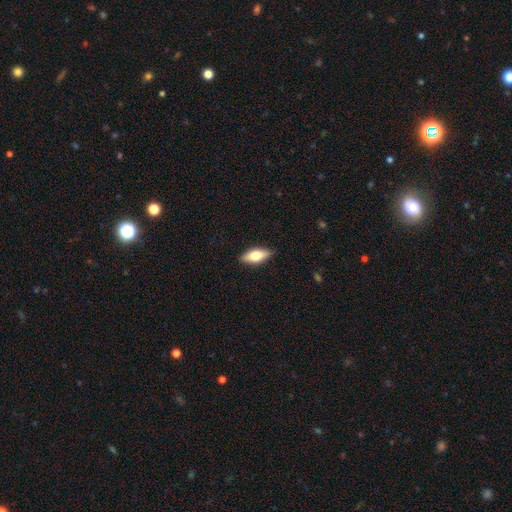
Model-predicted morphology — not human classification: type=smooth (64%); roundness=in between (79%); merging=none (86%).